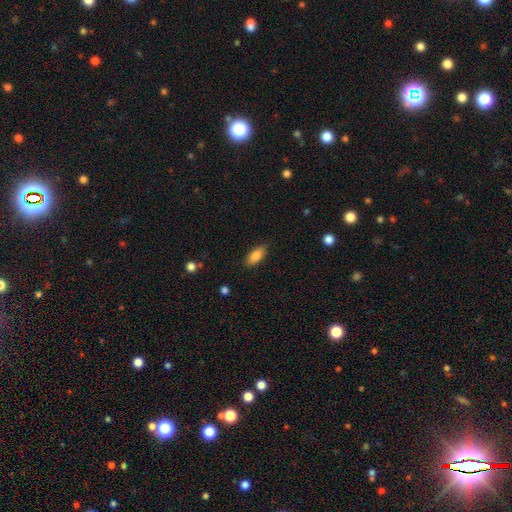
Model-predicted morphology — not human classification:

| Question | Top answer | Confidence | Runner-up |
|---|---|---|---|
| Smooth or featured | smooth | 86% | featured or disk (7%) |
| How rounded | in between | 85% | cigar-shaped (13%) |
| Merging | none | 86% | minor disturbance (11%) |